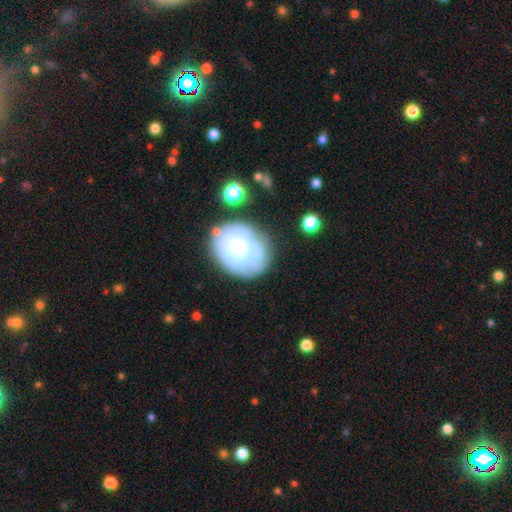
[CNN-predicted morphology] smooth-or-featured: featured or disk: 60% | smooth: 33% | star or artifact: 7%
  disk-edge-on: no: 97% | yes: 3%
    bar: no: 77% | weak: 20% | strong: 4%
    has-spiral-arms: yes: 59% | no: 41%
    bulge-size: moderate: 56% | small: 29% | large: 9% | none: 4% | dominant: 2%
  merging: none: 49% | minor disturbance: 21% | merger: 17% | major disturbance: 13%